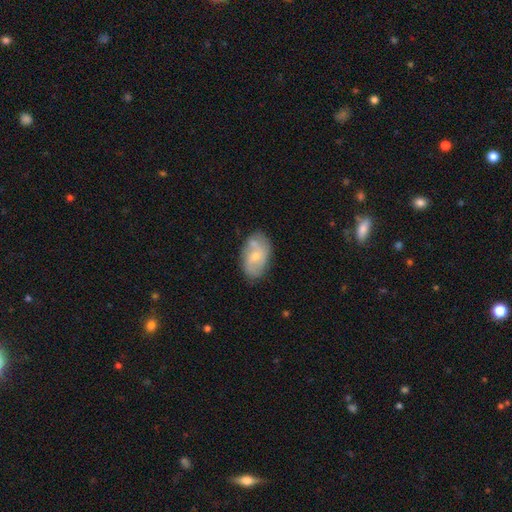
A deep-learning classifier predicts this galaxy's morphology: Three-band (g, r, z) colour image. It shows a featured or disk galaxy (55%) with no bar (60%), spiral arms (76%) and a small central bulge (56%). Merging: none (67%).